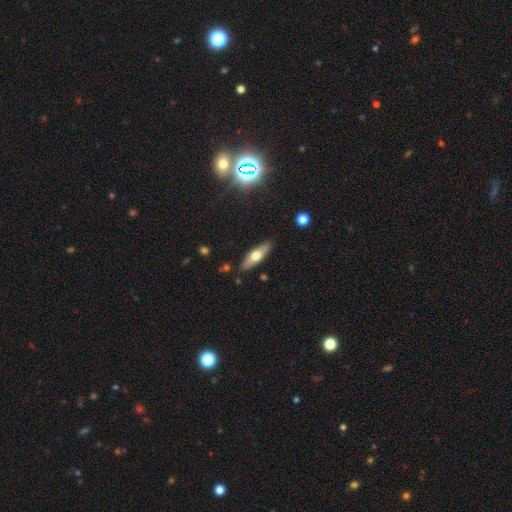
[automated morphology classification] smooth_or_featured: smooth (p=0.52) [alt: featured or disk p=0.42]
how_rounded: cigar-shaped (p=0.52) [alt: in between p=0.45]
merging: none (p=0.87) [alt: minor disturbance p=0.09]